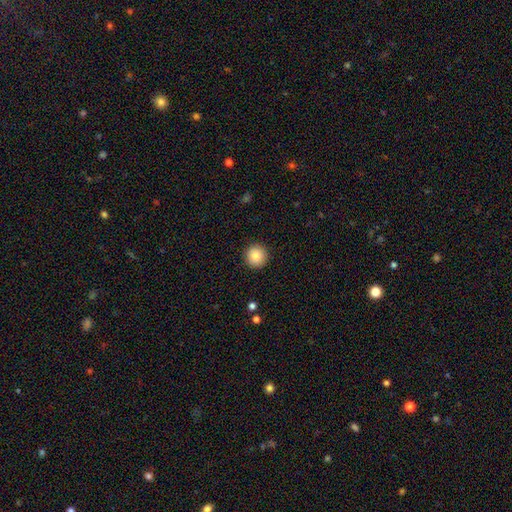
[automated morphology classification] Smooth or featured: smooth — 85% (star or artifact — 9%)
How rounded: round — 96% (in between — 3%)
Merging: none — 93% (minor disturbance — 5%)